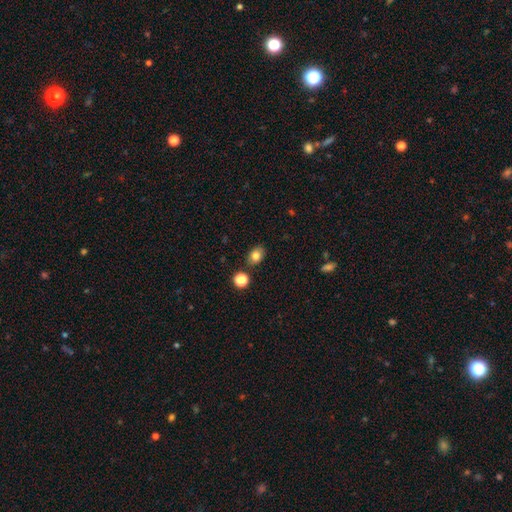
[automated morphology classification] type=smooth (82%); roundness=in between (66%); merging=none (82%).